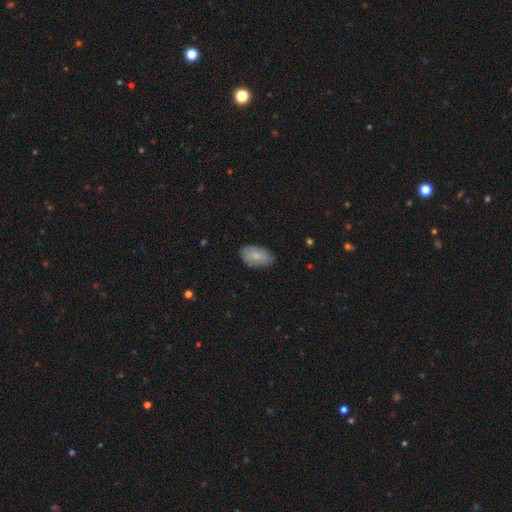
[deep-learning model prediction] Smooth or featured? smooth (78%)
How rounded? in between (94%)
Merging? none (79%)